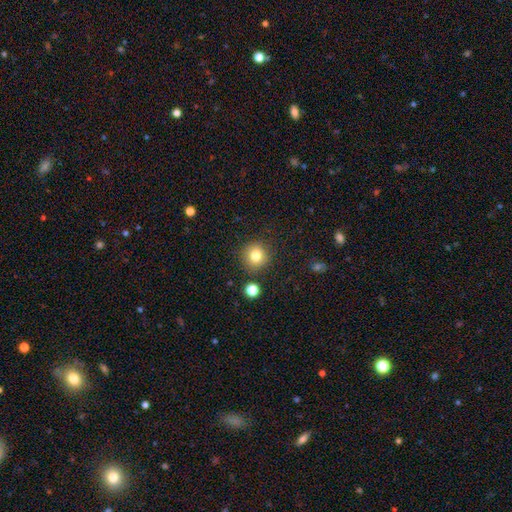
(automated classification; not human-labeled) Morphology: type=smooth (80%); roundness=round (93%); merging=none (87%).